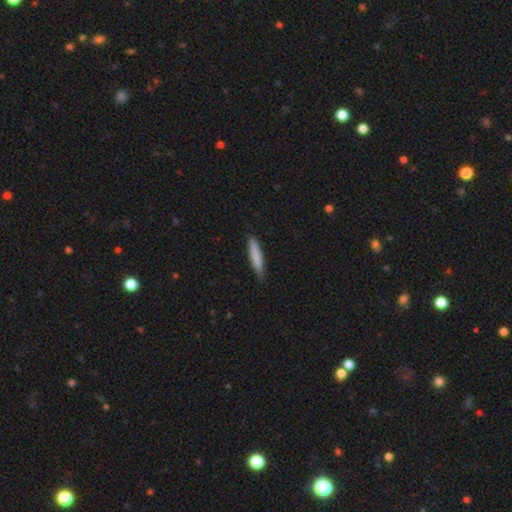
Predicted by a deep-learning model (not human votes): Smooth or featured? smooth (82%)
How rounded? cigar-shaped (90%)
Merging? none (85%)